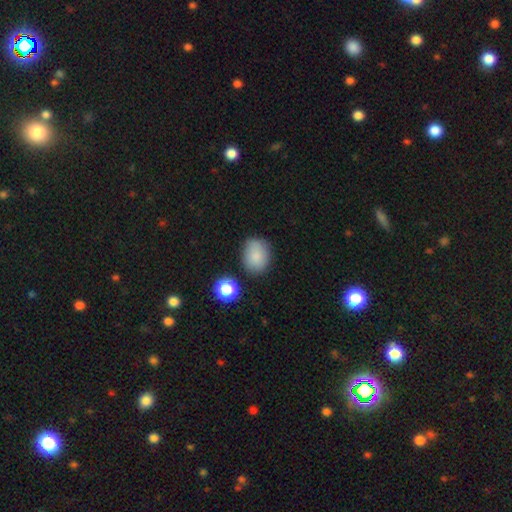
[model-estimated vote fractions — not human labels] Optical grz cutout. It shows a smooth galaxy with no disk features (84%) that is round (52%). Merging: none (75%).